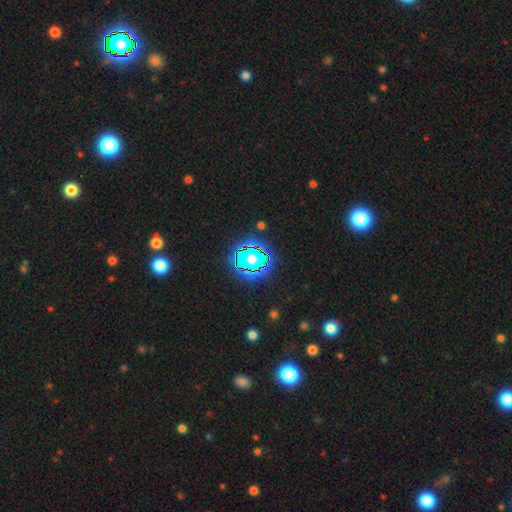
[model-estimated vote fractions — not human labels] A star or artifact, not a galaxy (81%).